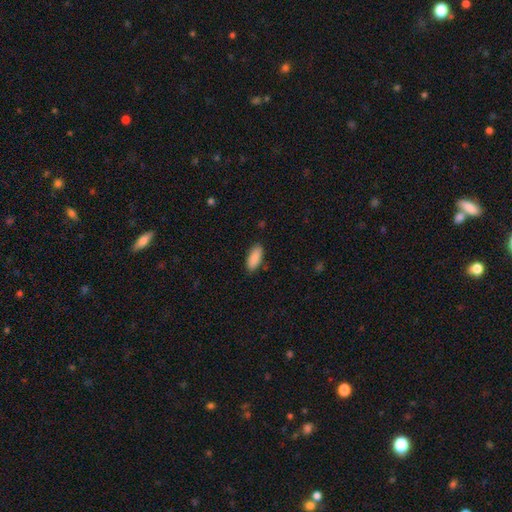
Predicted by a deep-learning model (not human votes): smooth 89%, star or artifact 6%, featured or disk 5%. Down the decision tree: how rounded — in between (85%); merging — none (86%).